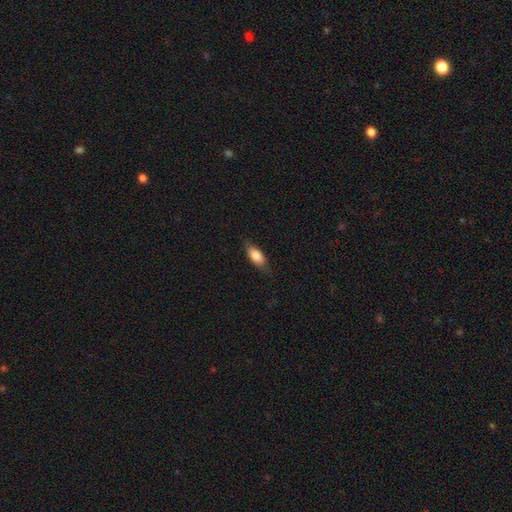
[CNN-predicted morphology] smooth-or-featured: smooth: 78% | featured or disk: 15% | star or artifact: 6%
  how-rounded: in between: 82% | cigar-shaped: 16% | round: 3%
  merging: none: 77% | minor disturbance: 18% | major disturbance: 4% | merger: 1%